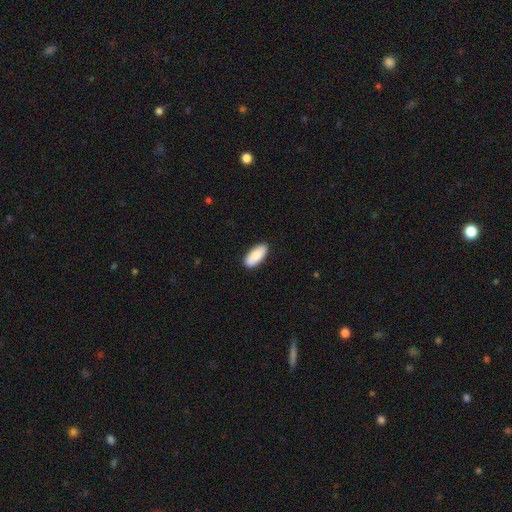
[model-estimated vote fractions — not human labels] smooth_or_featured: smooth (p=0.86) [alt: featured or disk p=0.08]
how_rounded: in between (p=0.85) [alt: cigar-shaped p=0.13]
merging: none (p=0.88) [alt: minor disturbance p=0.09]